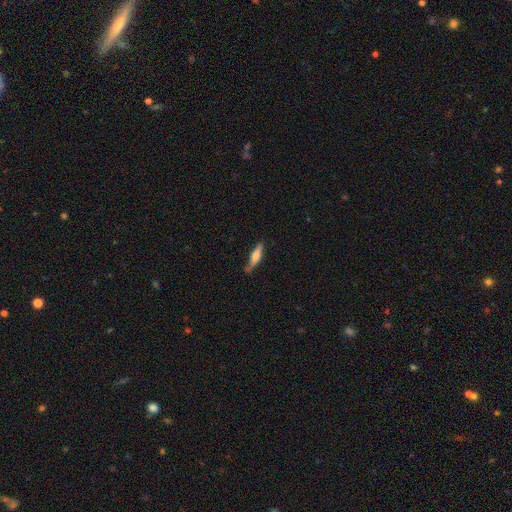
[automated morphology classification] Smooth or featured? smooth (54%)
How rounded? cigar-shaped (77%)
Merging? none (69%)